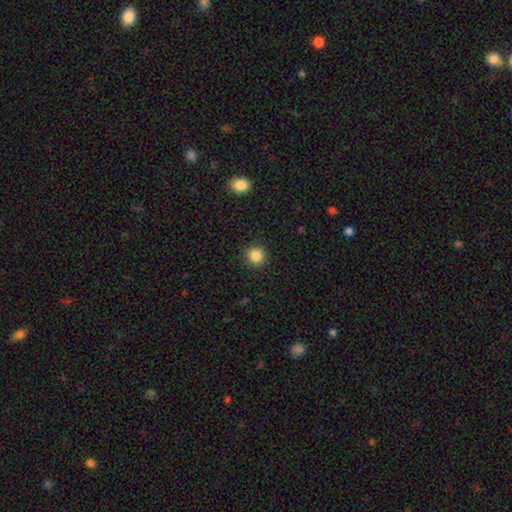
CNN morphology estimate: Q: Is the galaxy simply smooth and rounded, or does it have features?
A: smooth — 86%.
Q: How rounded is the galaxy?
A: round — 94%.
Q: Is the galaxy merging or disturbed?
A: none — 92%.